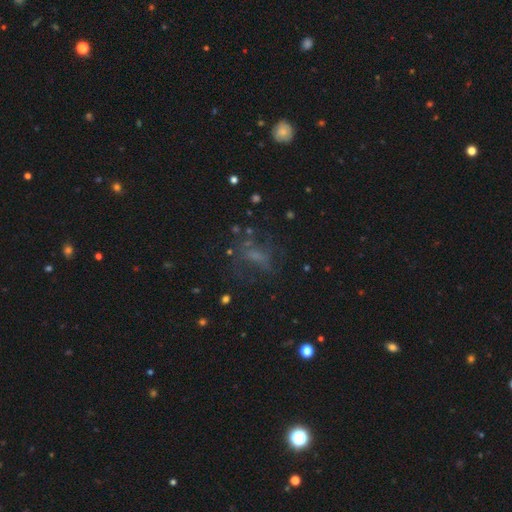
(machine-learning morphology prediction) featured or disk 37%, smooth 35%, star or artifact 28%. Down the decision tree: merging — none (51%).